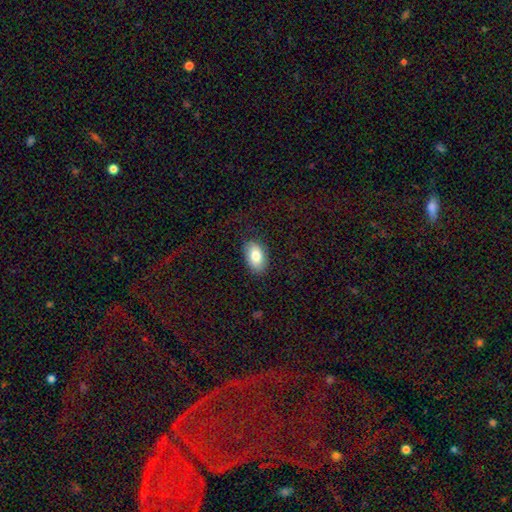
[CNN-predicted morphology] smooth 81%, featured or disk 12%, star or artifact 7%. Down the decision tree: how rounded — in between (92%); merging — none (84%).